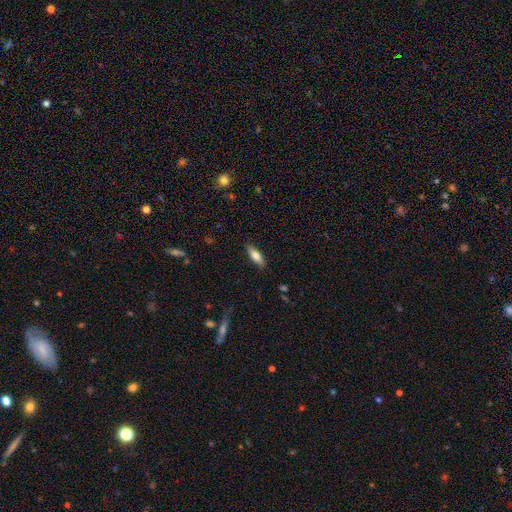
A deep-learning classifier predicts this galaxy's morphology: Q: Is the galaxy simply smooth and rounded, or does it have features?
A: smooth — 77%.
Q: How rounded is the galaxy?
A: in between — 60%.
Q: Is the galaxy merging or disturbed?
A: none — 87%.